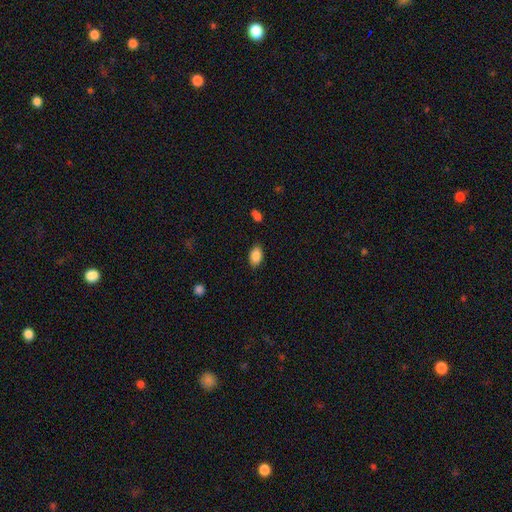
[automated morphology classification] Smooth or featured: smooth — 88% (star or artifact — 8%)
How rounded: in between — 90% (round — 9%)
Merging: none — 86% (minor disturbance — 10%)